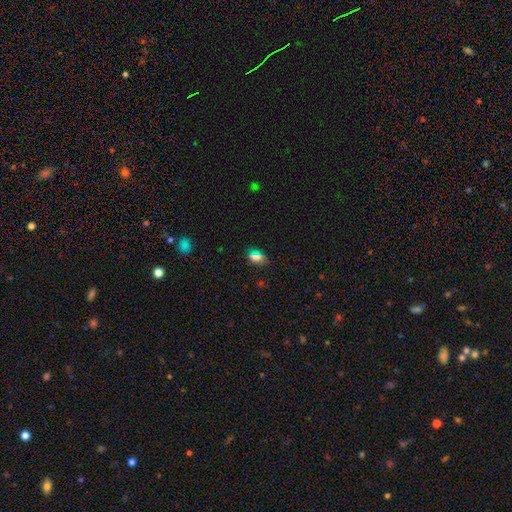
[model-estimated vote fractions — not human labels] The model was most divided on "smooth or featured": smooth: 62%, star or artifact: 27%, featured or disk: 11%. More confident: merging — none (84%); how rounded — in between (70%).